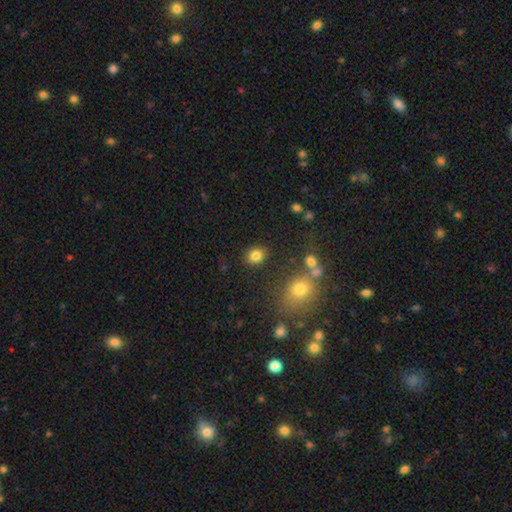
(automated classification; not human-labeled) smooth-or-featured: smooth: 82% | star or artifact: 11% | featured or disk: 6%
  how-rounded: round: 69% | in between: 30% | cigar-shaped: 1%
  merging: none: 85% | minor disturbance: 8% | merger: 3% | major disturbance: 3%